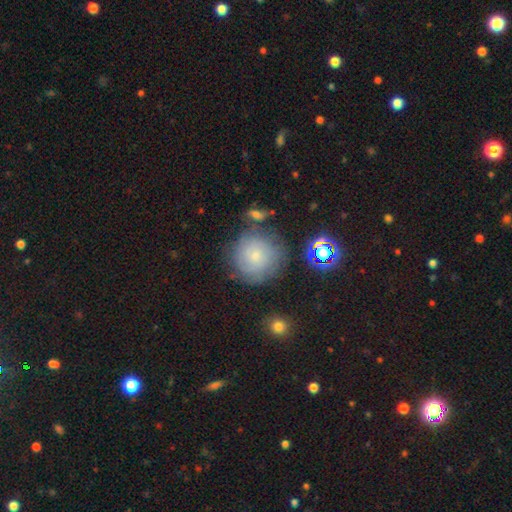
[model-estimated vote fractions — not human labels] Morphology: type=smooth (57%); roundness=round (93%); merging=none (70%).